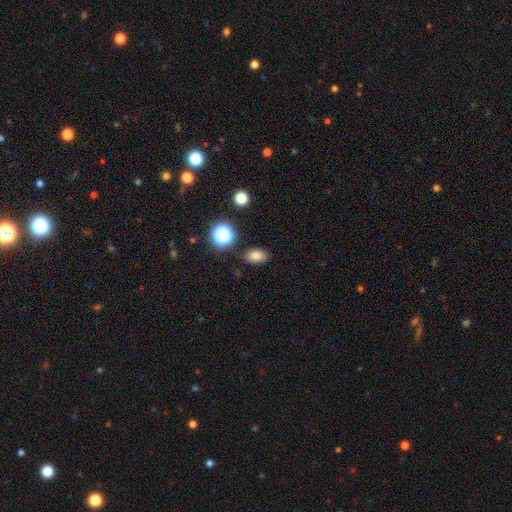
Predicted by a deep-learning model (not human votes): Overall: smooth (78%). How rounded: in between (82%). Merging: none (85%).